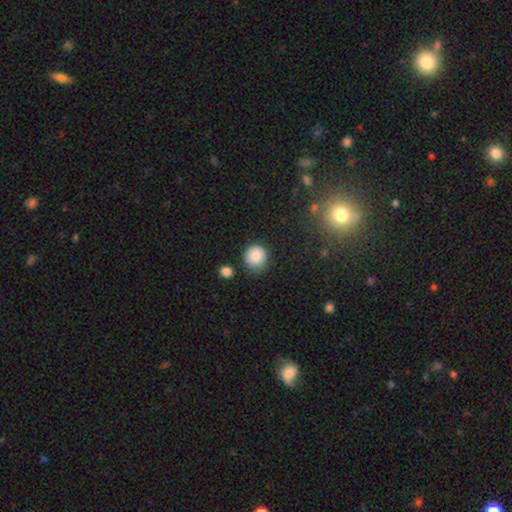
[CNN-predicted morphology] This is clearly a smooth galaxy (86%). How rounded: clearly round (89%). Merging: clearly none (80%).